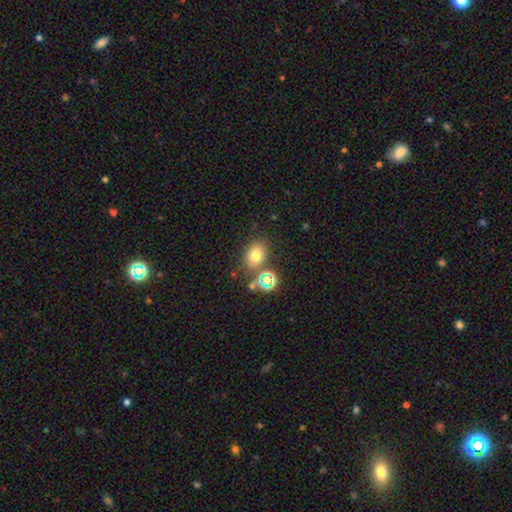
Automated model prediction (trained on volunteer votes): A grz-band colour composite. It shows a smooth galaxy with no disk features (69%) that is in between round and cigar-shaped (56%). Merging: none (71%).